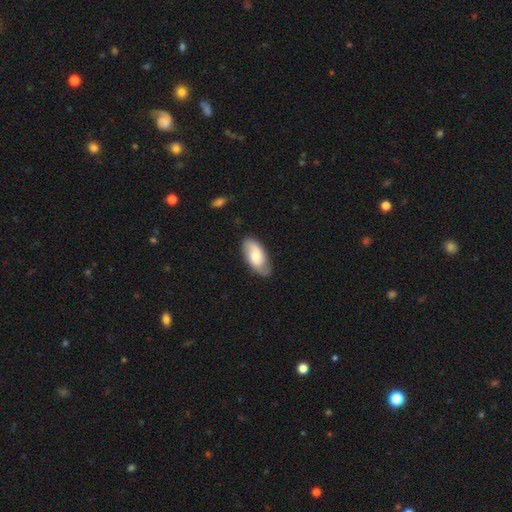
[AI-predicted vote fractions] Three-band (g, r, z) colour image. It shows a smooth galaxy with no disk features (54%) that is in between round and cigar-shaped (92%). Merging: none (75%).